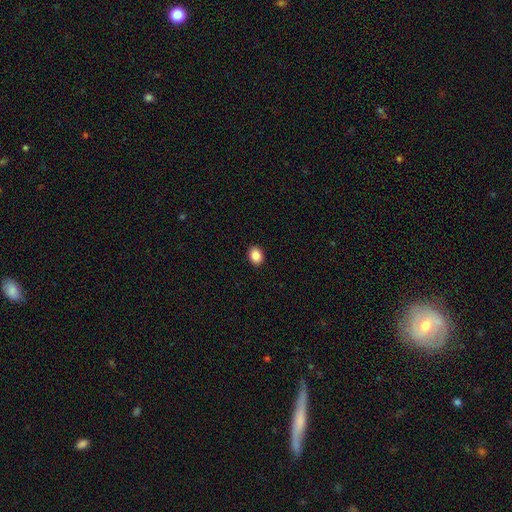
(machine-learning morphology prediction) A smooth galaxy with no disk features (87%) that is in between round and cigar-shaped (63%). Merging: none (91%).